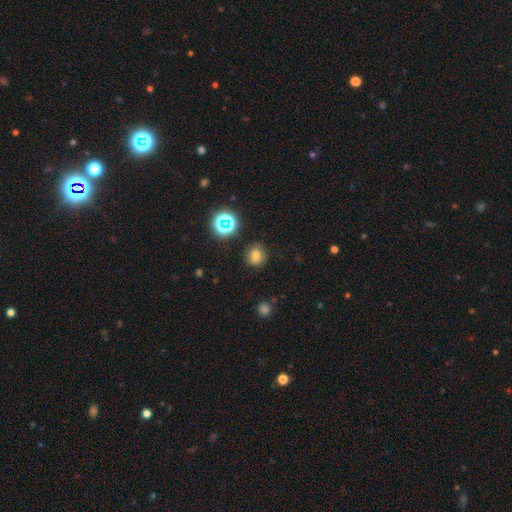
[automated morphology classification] Smooth or featured?
  - smooth: 73% *
  - star or artifact: 18%
  - featured or disk: 9%
How rounded?
  - round: 87% *
  - in between: 12%
  - cigar-shaped: 1%
Merging?
  - none: 86% *
  - minor disturbance: 9%
  - major disturbance: 3%
  - merger: 2%